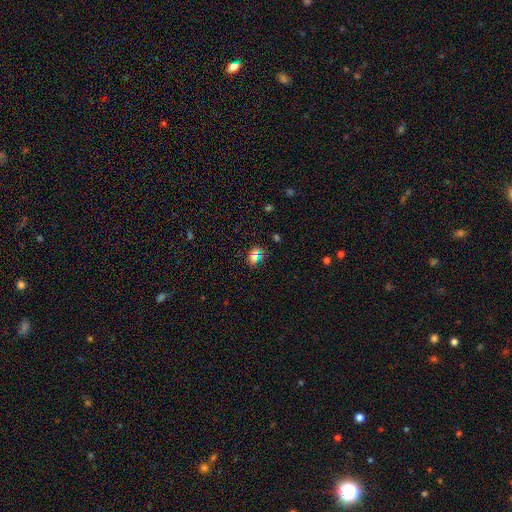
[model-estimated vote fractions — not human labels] Q: Smooth or featured?
A: smooth (60%); runner-up: star or artifact (32%)
Q: How rounded?
A: in between (52%); runner-up: round (43%)
Q: Merging?
A: none (81%); runner-up: minor disturbance (11%)